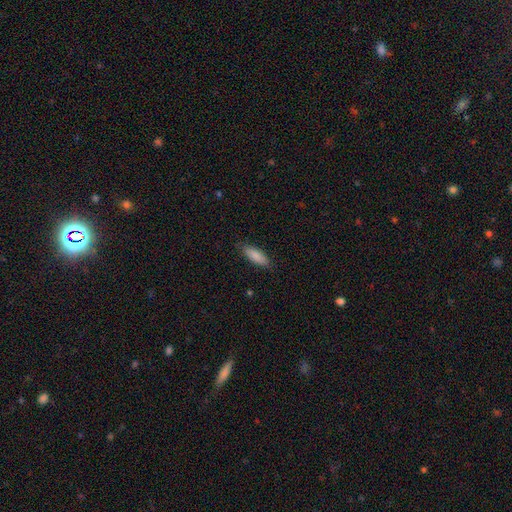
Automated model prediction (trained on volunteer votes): smooth-or-featured: smooth: 87% | featured or disk: 7% | star or artifact: 6%
  how-rounded: in between: 61% | cigar-shaped: 38% | round: 2%
  merging: none: 86% | minor disturbance: 11% | major disturbance: 2% | merger: 1%